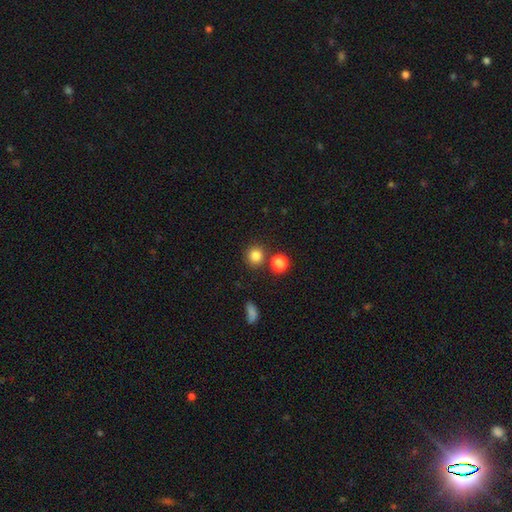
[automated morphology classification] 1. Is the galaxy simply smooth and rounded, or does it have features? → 83% smooth, 12% star or artifact, 5% featured or disk.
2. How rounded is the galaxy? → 91% round, 8% in between, 1% cigar-shaped.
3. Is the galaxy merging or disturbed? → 80% none, 9% merger, 8% minor disturbance, 3% major disturbance.